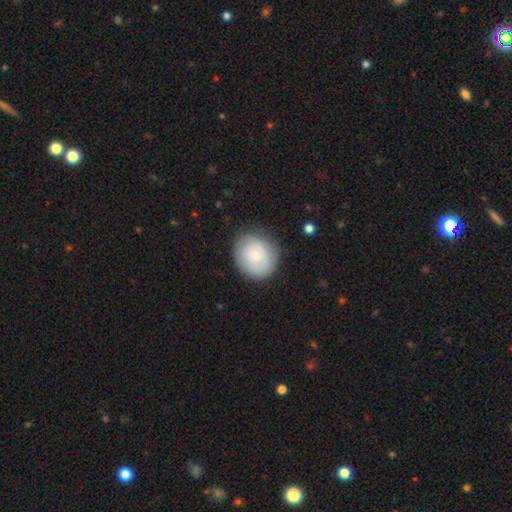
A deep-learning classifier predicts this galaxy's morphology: smooth-or-featured: smooth: 72% | featured or disk: 21% | star or artifact: 7%
  how-rounded: round: 73% | in between: 26% | cigar-shaped: 1%
  merging: none: 81% | minor disturbance: 14% | major disturbance: 4% | merger: 1%